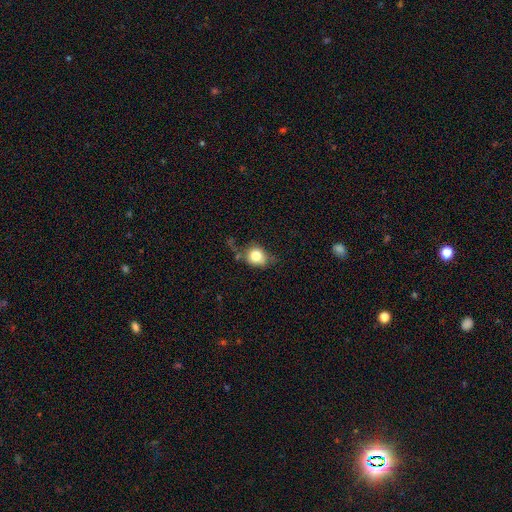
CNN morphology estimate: Q: Smooth or featured?
A: smooth (76%); runner-up: featured or disk (14%)
Q: How rounded?
A: round (67%); runner-up: in between (32%)
Q: Merging?
A: none (54%); runner-up: minor disturbance (26%)